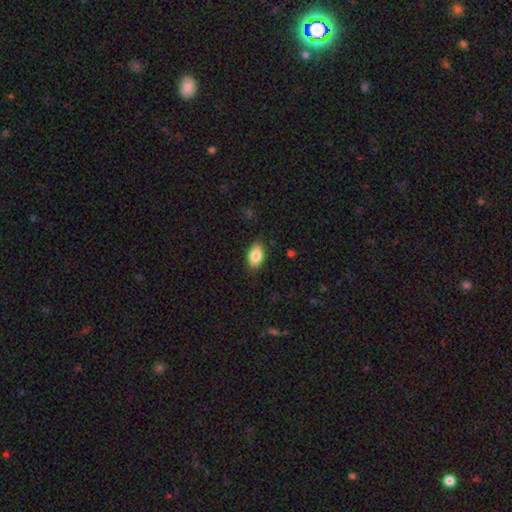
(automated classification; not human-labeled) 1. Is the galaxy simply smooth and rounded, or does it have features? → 85% smooth, 8% featured or disk, 7% star or artifact.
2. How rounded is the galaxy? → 91% in between, 7% round, 2% cigar-shaped.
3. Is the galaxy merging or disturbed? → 83% none, 13% minor disturbance, 3% major disturbance, 1% merger.